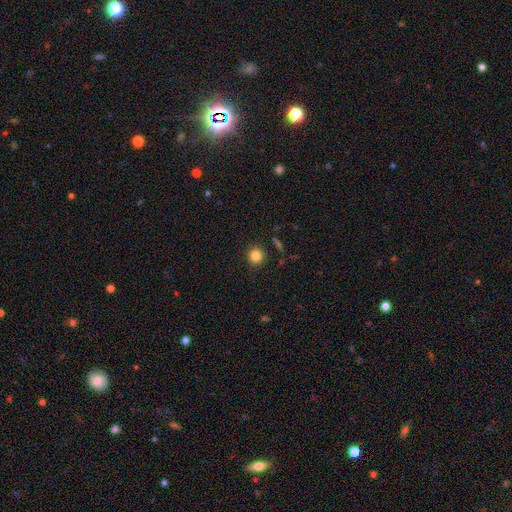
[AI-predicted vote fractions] Morphology: type=smooth (83%); roundness=round (92%); merging=none (89%).